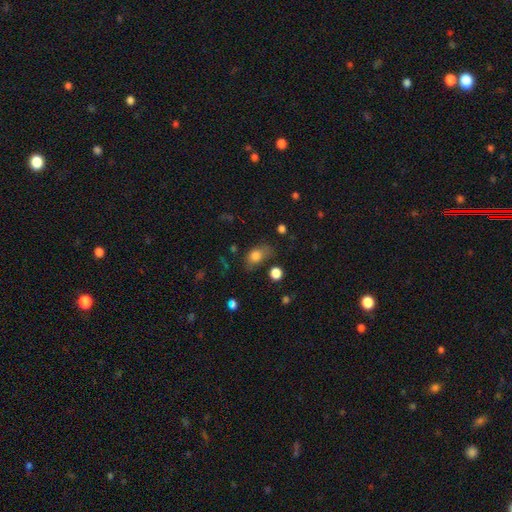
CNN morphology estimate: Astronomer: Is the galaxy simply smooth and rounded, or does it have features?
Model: smooth — 78%.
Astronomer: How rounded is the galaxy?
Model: in between — 75%.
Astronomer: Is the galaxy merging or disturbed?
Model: none — 55%.